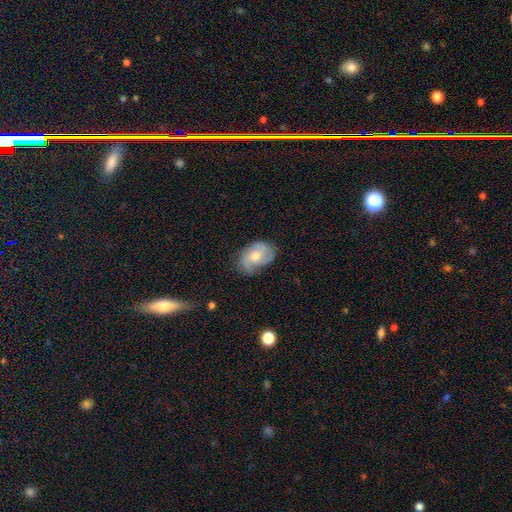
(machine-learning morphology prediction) The model was most divided on "smooth or featured": featured or disk: 57%, smooth: 36%, star or artifact: 7%. More confident: edge-on disk — no (96%); spiral arms — yes (83%); bar — no (72%); bulge size — moderate (65%); merging — none (61%).